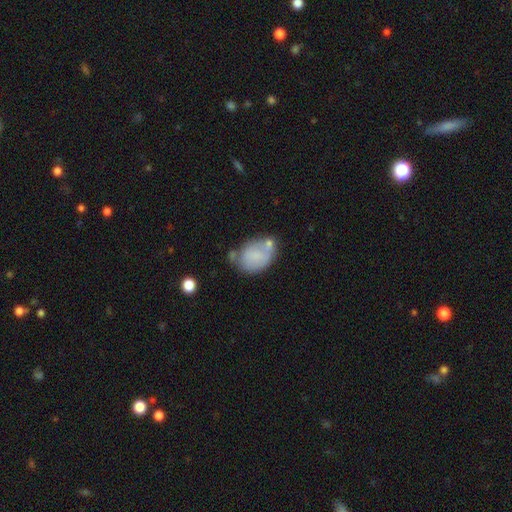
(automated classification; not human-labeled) This is likely a smooth galaxy (68%). How rounded: likely in between (75%). Merging: marginally none (42%).